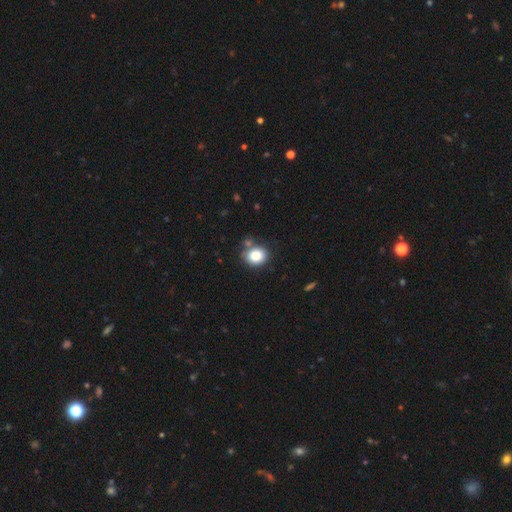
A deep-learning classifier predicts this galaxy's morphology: Smooth or featured: smooth — 82% (star or artifact — 10%)
How rounded: round — 66% (in between — 33%)
Merging: none — 75% (minor disturbance — 12%)